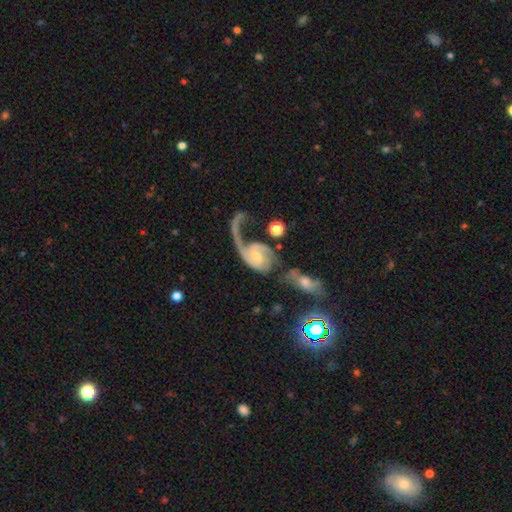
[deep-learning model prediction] A featured or disk galaxy (86%) with a weak bar (48%), 2 (47%) loose (50%) spiral arms (95%) and a small central bulge (47%).

Vote fractions:
- Smooth or featured? featured or disk: 86% / smooth: 9% / star or artifact: 5%
- Edge-on disk? no: 97% / yes: 3%
- Bar? weak: 48% / no: 39% / strong: 13%
- Spiral arms? yes: 95% / no: 5%
- Spiral winding? loose: 50% / medium: 34% / tight: 16%
- Spiral arm count? 2: 47% / 1: 42% / can't tell: 5% / 3: 3% / 4: 2% / more than 4: 2%
- Bulge size? small: 47% / moderate: 42% / none: 6% / large: 4% / dominant: 1%
- Merging? major disturbance: 42% / merger: 25% / none: 22% / minor disturbance: 11%